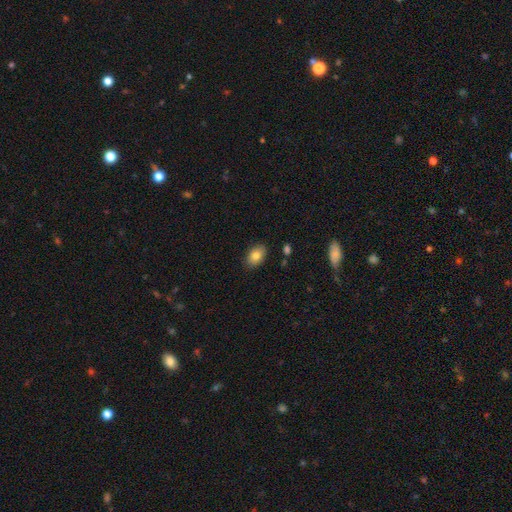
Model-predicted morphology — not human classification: type=smooth (81%); roundness=in between (86%); merging=none (87%).